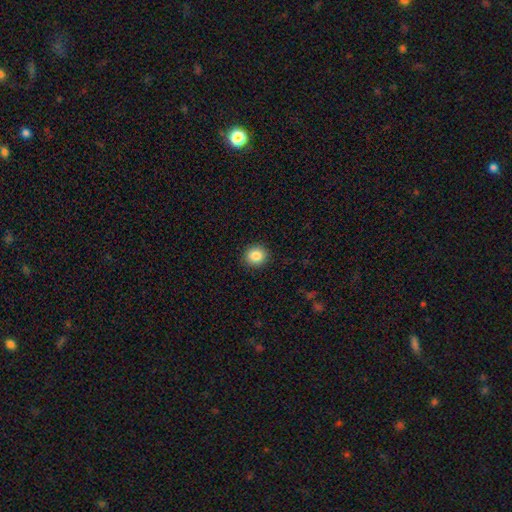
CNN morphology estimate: This appears to be a smooth galaxy with no disk features (86%) that is round (89%). Merging: none (92%).